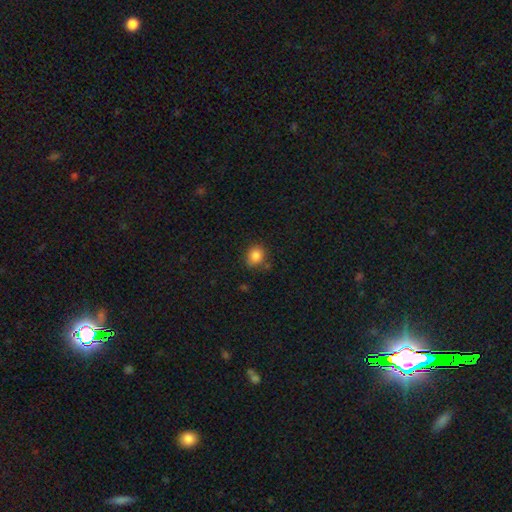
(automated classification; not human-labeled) This is clearly a smooth galaxy (85%). How rounded: likely round (69%). Merging: likely none (74%).